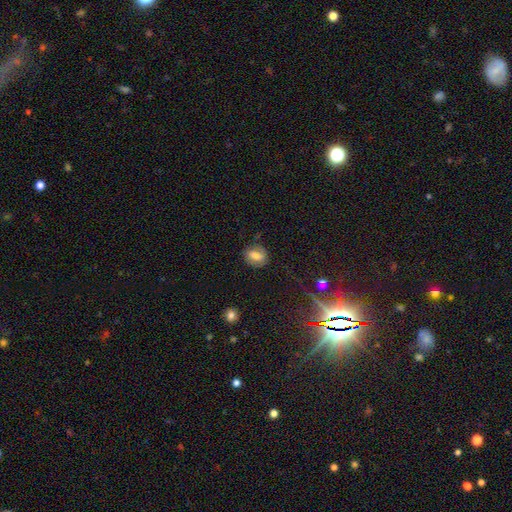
A smooth galaxy with no disk features (62%) that is round (52%). Merging: none (69%).